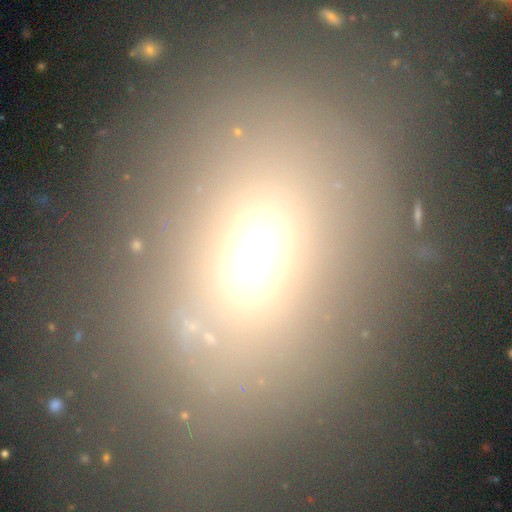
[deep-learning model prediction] This is possibly a smooth galaxy (60%). How rounded: likely in between (70%). Merging: likely none (73%).